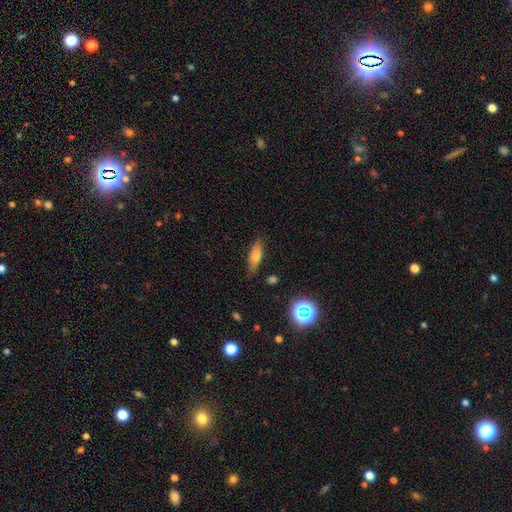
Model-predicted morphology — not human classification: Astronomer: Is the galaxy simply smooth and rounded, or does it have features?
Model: smooth — 67%.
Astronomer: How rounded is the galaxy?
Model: in between — 51% (runner-up: cigar-shaped, 46%).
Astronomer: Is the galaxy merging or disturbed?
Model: none — 82%.